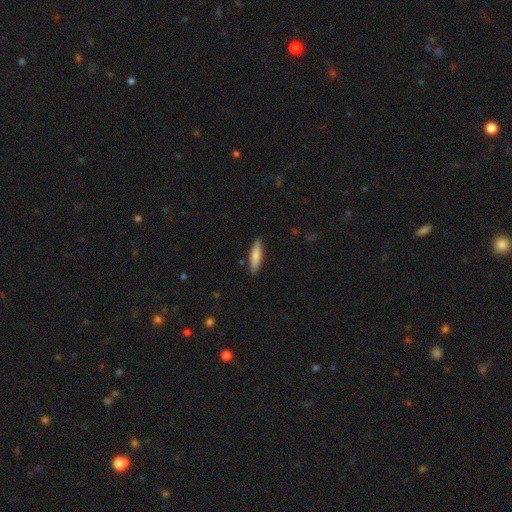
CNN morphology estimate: Smooth or featured? smooth (79%)
How rounded? cigar-shaped (76%)
Merging? none (87%)